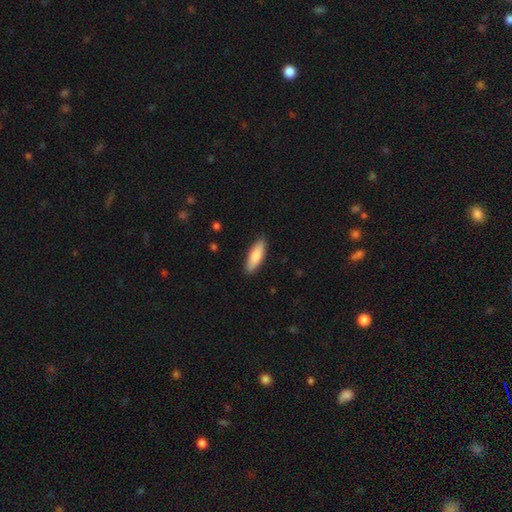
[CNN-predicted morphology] This is clearly a smooth galaxy (82%). How rounded: possibly in between (50%). Merging: clearly none (89%).